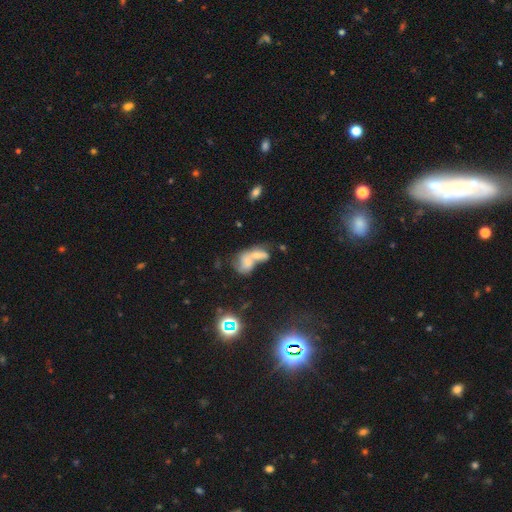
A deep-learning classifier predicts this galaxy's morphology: Q: Smooth or featured?
A: smooth (40%); runner-up: featured or disk (37%)
Q: Merging?
A: merger (72%); runner-up: none (14%)